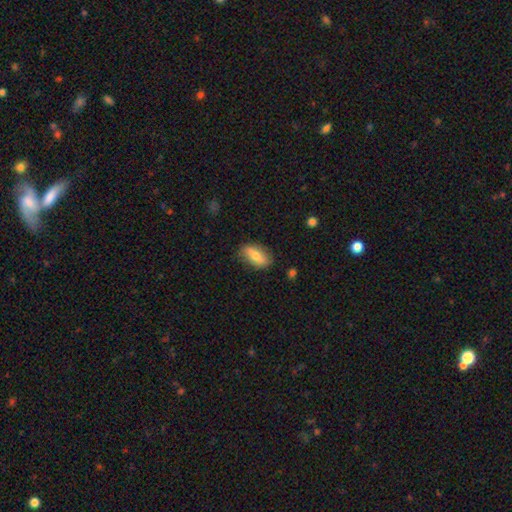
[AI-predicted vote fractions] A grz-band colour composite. It shows a smooth galaxy with no disk features (67%) that is in between round and cigar-shaped (86%). Merging: none (79%).